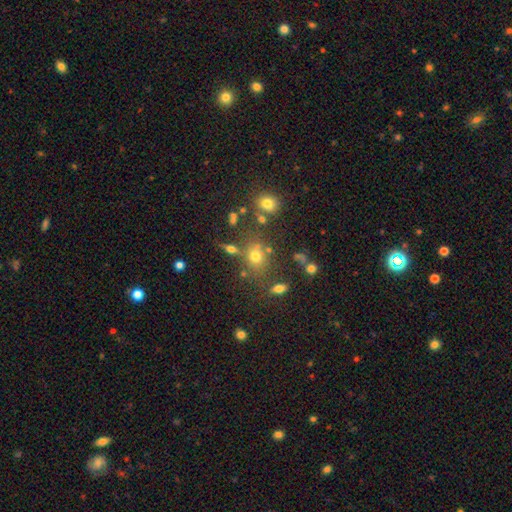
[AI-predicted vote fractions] Morphology: type=smooth (65%); roundness=round (62%); merging=none (65%).